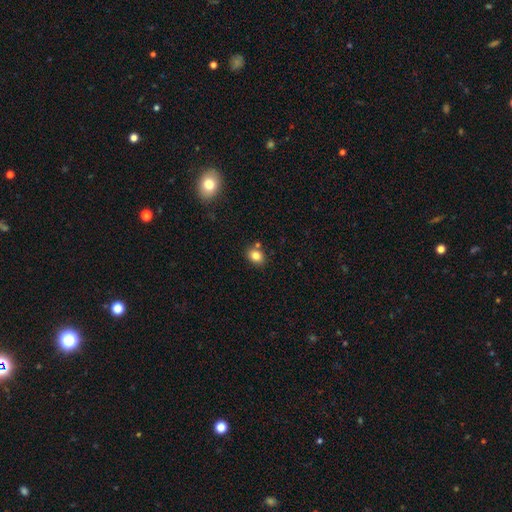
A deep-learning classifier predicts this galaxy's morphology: smooth 83%, star or artifact 10%, featured or disk 7%. Down the decision tree: how rounded — in between (54%); merging — none (75%).